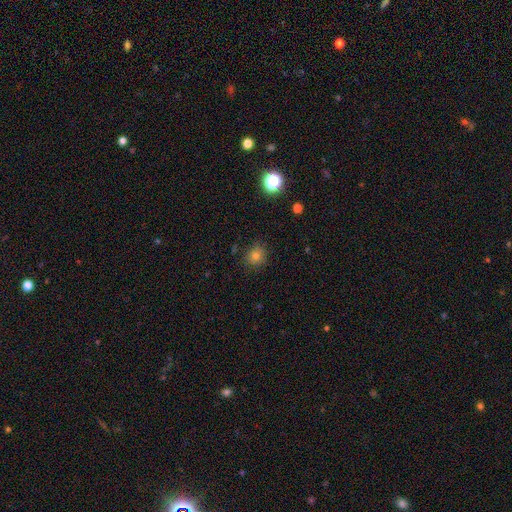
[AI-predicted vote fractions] Overall: smooth (76%). How rounded: round (85%). Merging: none (83%).